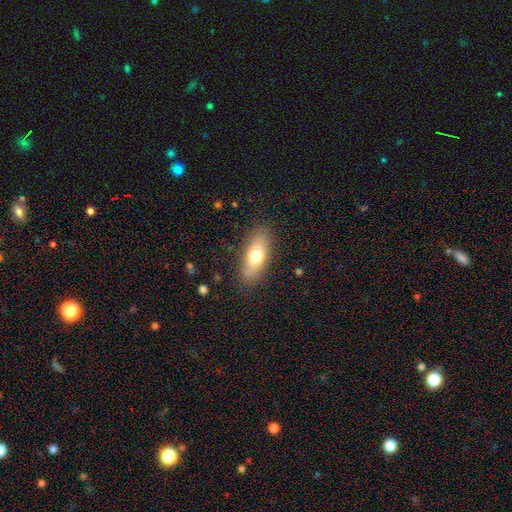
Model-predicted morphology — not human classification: smooth_or_featured: smooth (p=0.69) [alt: featured or disk p=0.24]
how_rounded: in between (p=0.74) [alt: cigar-shaped p=0.22]
merging: none (p=0.82) [alt: minor disturbance p=0.13]